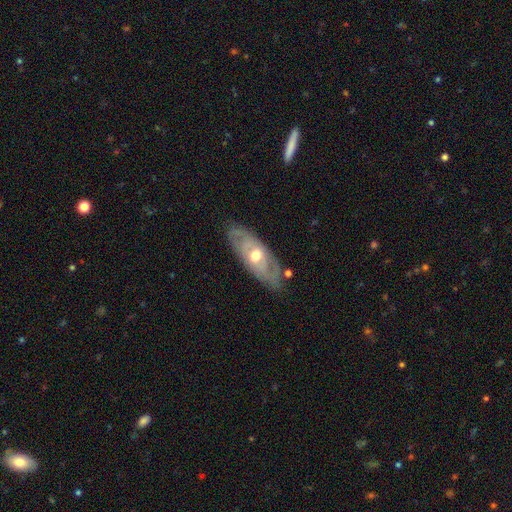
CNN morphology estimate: Overall: featured or disk (68%). Edge-on disk: no (80%). Bar: no (68%). Spiral arms: yes (55%; no 45%). Bulge size: moderate (71%). Merging: none (76%).